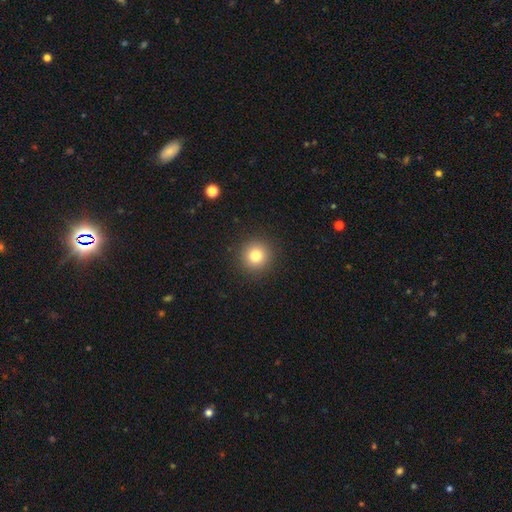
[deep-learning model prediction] Smooth or featured: smooth — 81% (star or artifact — 11%)
How rounded: round — 94% (in between — 5%)
Merging: none — 92% (minor disturbance — 5%)